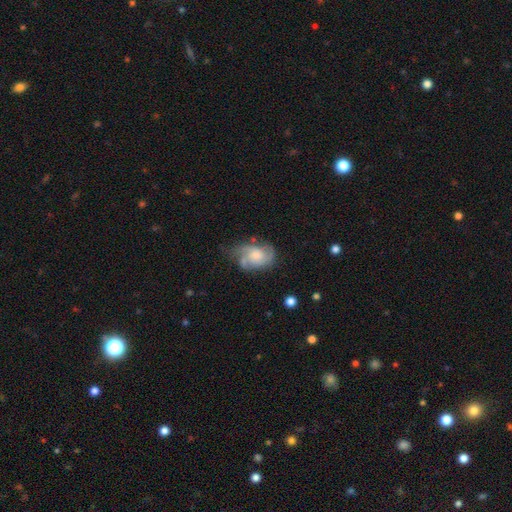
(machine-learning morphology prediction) type=featured or disk (67%); edge-on=no (97%); bar=no (73%); spiral arms=yes (88%); winding=medium (47%); arm count=2 (38%); bulge=moderate (39%); merging=none (46%).